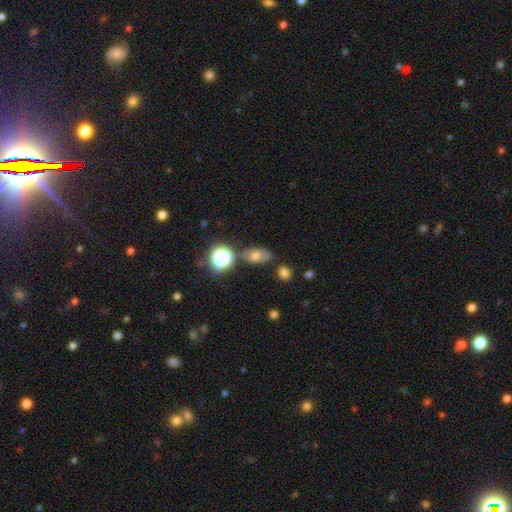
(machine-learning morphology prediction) Overall: smooth (60%; featured or disk 22%). How rounded: in between (79%). Merging: none (69%).